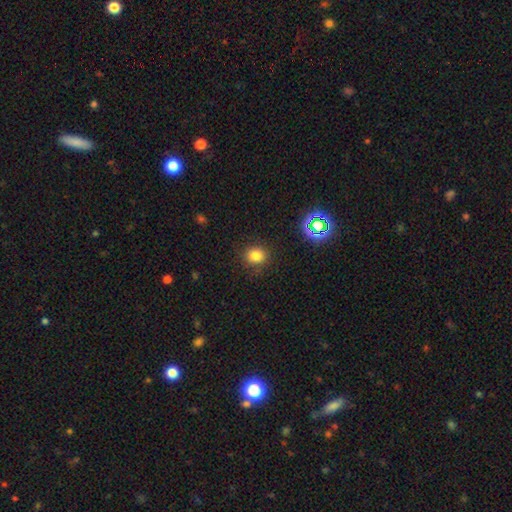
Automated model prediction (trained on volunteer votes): The model was most divided on "how rounded": round: 76%, in between: 23%, cigar-shaped: 1%. More confident: merging — none (86%); smooth or featured — smooth (79%).